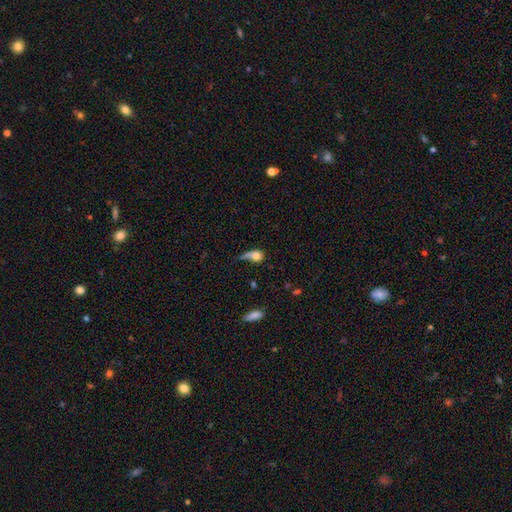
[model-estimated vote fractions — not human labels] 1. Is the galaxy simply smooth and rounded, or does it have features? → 68% smooth, 22% featured or disk, 10% star or artifact.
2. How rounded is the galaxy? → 49% in between, 43% round, 8% cigar-shaped.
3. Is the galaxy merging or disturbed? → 40% major disturbance, 26% none, 22% minor disturbance, 12% merger.